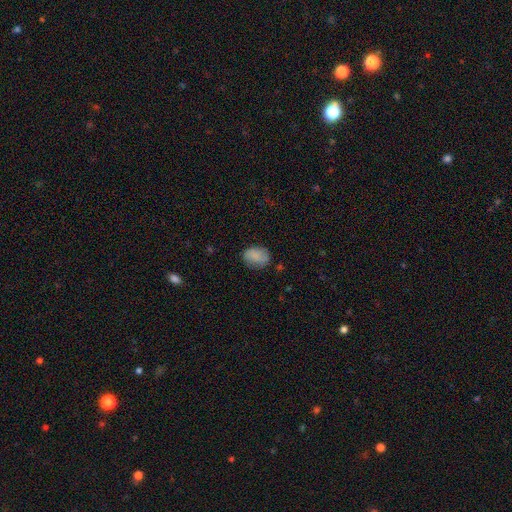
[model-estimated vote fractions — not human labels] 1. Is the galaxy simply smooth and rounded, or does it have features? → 83% smooth, 9% featured or disk, 8% star or artifact.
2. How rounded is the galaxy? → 69% in between, 30% round, 1% cigar-shaped.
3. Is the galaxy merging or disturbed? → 76% none, 18% minor disturbance, 5% major disturbance, 1% merger.